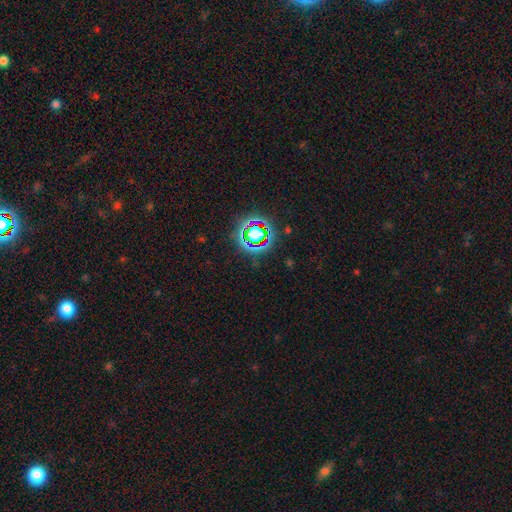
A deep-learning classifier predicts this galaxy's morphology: Q: Smooth or featured?
A: star or artifact (79%); runner-up: smooth (14%)